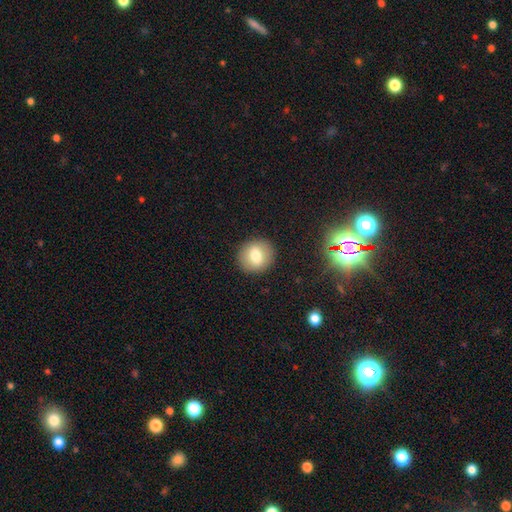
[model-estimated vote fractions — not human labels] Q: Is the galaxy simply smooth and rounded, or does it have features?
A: smooth — 73%.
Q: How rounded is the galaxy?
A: round — 82%.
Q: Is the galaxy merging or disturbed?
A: none — 90%.